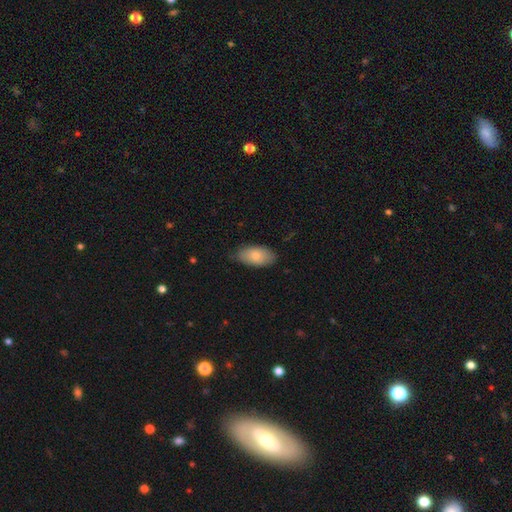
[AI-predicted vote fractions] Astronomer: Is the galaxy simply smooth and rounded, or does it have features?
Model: smooth — 77%.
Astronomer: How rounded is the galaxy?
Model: in between — 93%.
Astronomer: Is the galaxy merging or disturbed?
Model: none — 79%.